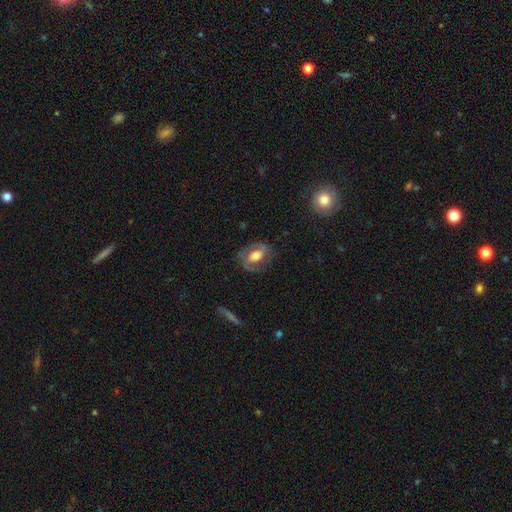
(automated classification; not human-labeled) smooth-or-featured: featured or disk: 61% | smooth: 32% | star or artifact: 7%
  disk-edge-on: no: 94% | yes: 6%
    bar: no: 48% | weak: 34% | strong: 19%
    has-spiral-arms: yes: 67% | no: 33%
    bulge-size: moderate: 47% | large: 37% | small: 9% | dominant: 3% | none: 3%
  merging: none: 71% | minor disturbance: 17% | major disturbance: 10% | merger: 1%